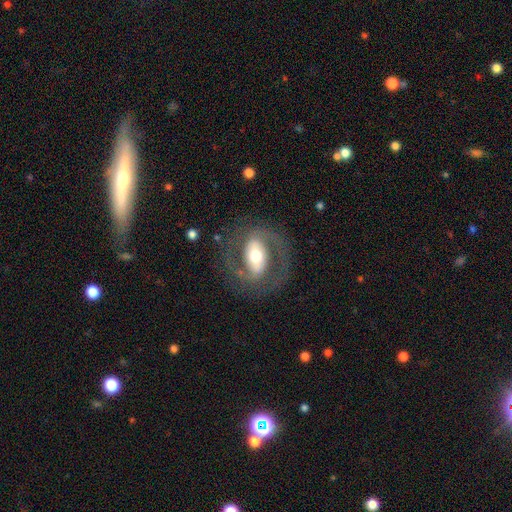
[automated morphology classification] A featured or disk galaxy (80%) with a strong bar (46%), 2 (88%) medium (53%) spiral arms (82%) and a moderate central bulge (61%). Merging: none (75%).